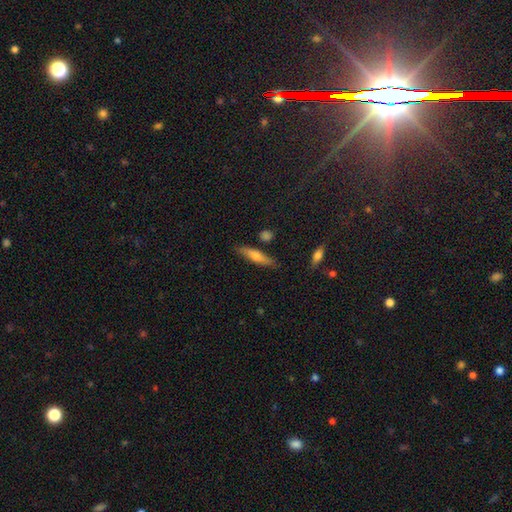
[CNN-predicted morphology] type=smooth (63%); roundness=cigar-shaped (76%); merging=none (81%).